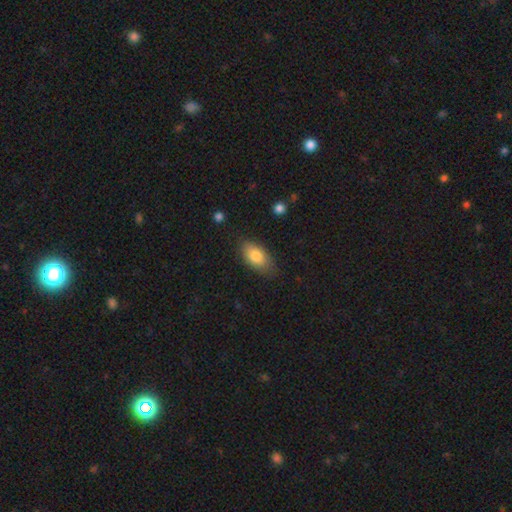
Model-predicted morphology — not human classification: Smooth or featured? smooth (81%)
How rounded? in between (92%)
Merging? none (76%)